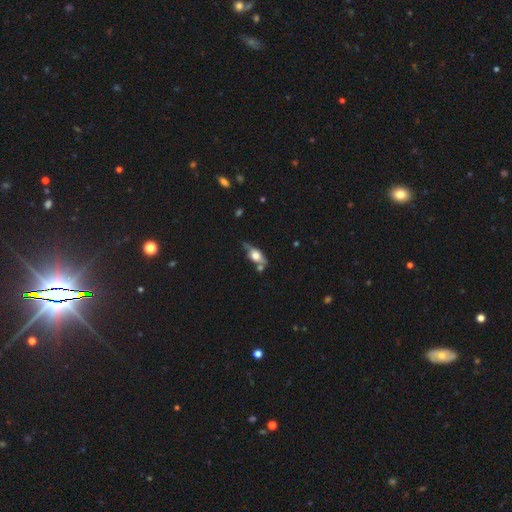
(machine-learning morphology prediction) Smooth or featured: featured or disk — 52% (smooth — 40%)
Edge-on disk: yes — 80% (no — 20%)
Merging: none — 53% (minor disturbance — 24%)